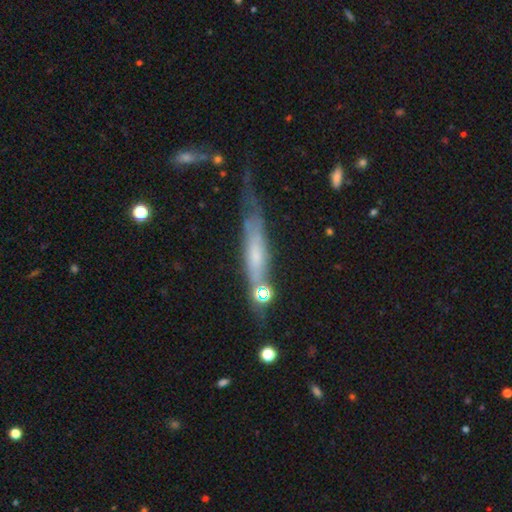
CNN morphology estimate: smooth_or_featured: featured or disk (p=0.55) [alt: smooth p=0.36]
disk_edge_on: yes (p=0.71) [alt: no p=0.29]
merging: none (p=0.42) [alt: minor disturbance p=0.29]